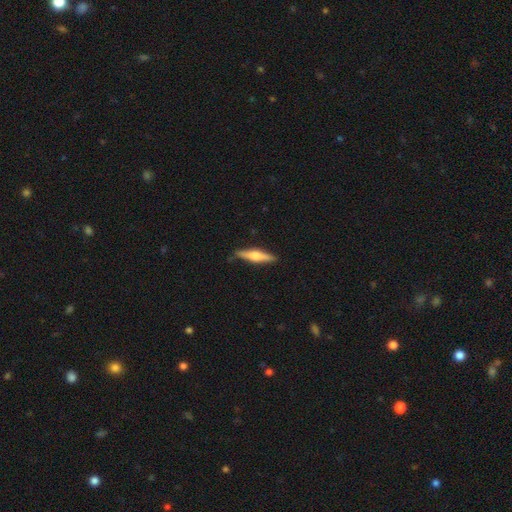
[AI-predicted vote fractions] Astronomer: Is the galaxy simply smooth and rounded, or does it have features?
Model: featured or disk — 54% (runner-up: smooth, 40%).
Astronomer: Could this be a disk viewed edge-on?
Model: yes — 97%.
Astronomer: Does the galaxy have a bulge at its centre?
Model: rounded — 78%.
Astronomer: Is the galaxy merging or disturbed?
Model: none — 86%.